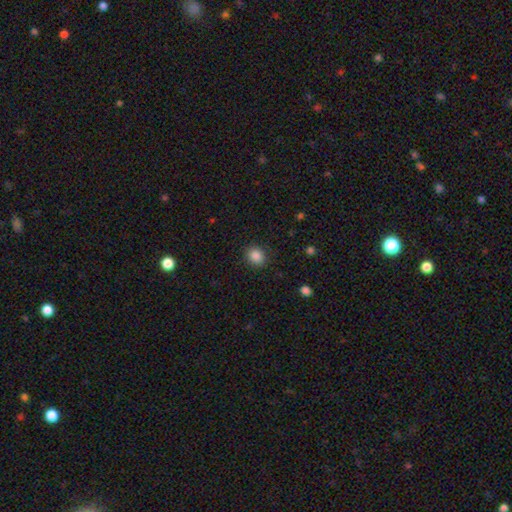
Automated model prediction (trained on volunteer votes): Smooth or featured: smooth — 87% (star or artifact — 10%)
How rounded: round — 68% (in between — 31%)
Merging: none — 88% (minor disturbance — 8%)